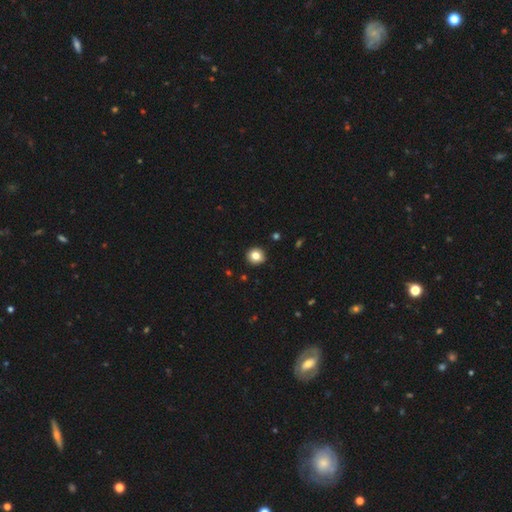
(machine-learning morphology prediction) type=smooth (83%); roundness=round (93%); merging=none (93%).